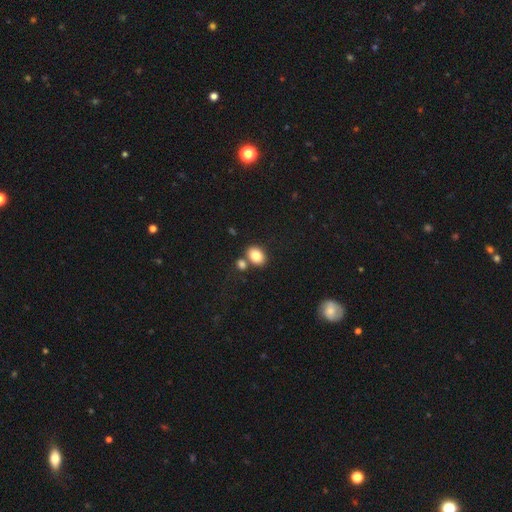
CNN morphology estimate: Smooth or featured?
  - smooth: 83% *
  - star or artifact: 9%
  - featured or disk: 8%
How rounded?
  - in between: 65% *
  - round: 34%
  - cigar-shaped: 1%
Merging?
  - none: 65% *
  - merger: 22%
  - minor disturbance: 10%
  - major disturbance: 3%